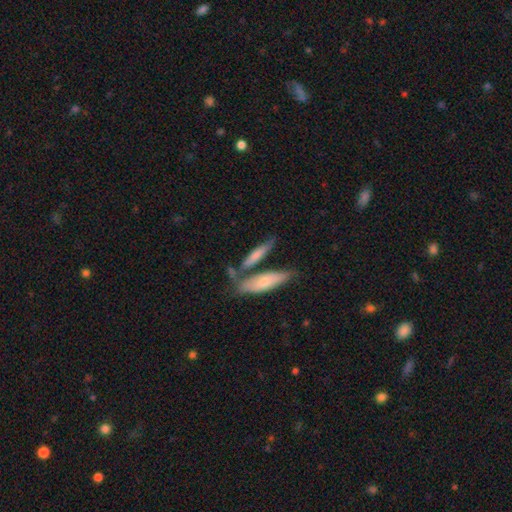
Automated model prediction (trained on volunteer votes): Smooth or featured? Predicted: smooth (p=0.63). How rounded? Predicted: cigar-shaped (p=0.72). Merging? Predicted: none (p=0.53).